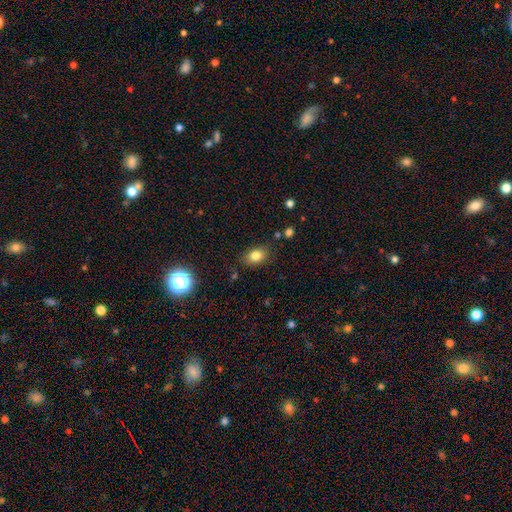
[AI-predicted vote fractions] This appears to be a smooth galaxy with no disk features (81%) that is in between round and cigar-shaped (77%). Merging: none (80%).